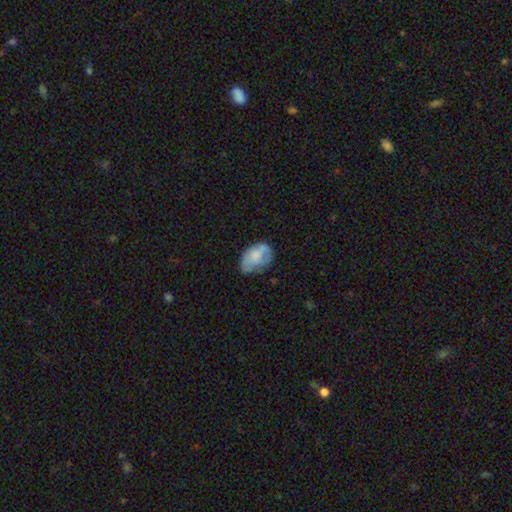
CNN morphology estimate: type=smooth (60%); roundness=in between (83%); merging=none (43%).